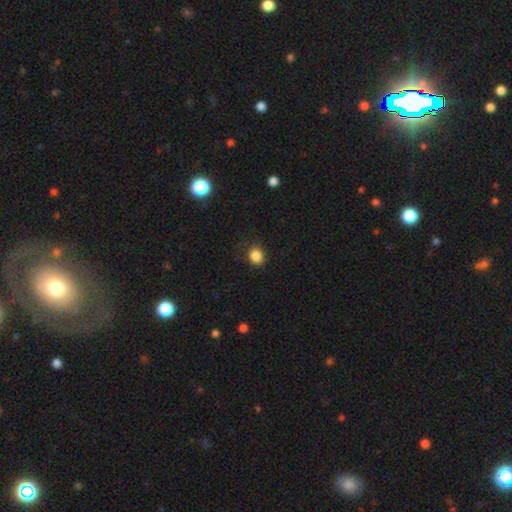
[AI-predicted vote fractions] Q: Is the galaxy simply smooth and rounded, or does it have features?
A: smooth — 86%.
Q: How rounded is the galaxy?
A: round — 70%.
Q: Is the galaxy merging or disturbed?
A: none — 82%.